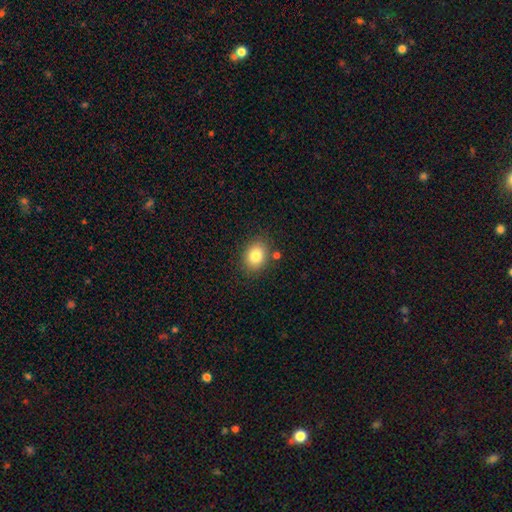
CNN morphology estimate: Smooth or featured? Predicted: smooth (p=0.82). How rounded? Predicted: in between (p=0.60). Merging? Predicted: none (p=0.82).